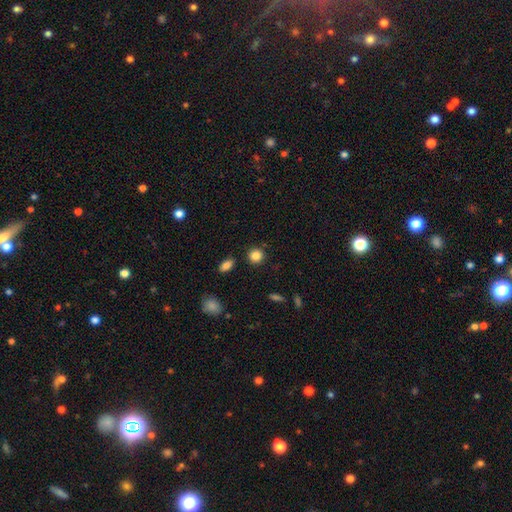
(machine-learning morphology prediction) type=smooth (86%); roundness=round (90%); merging=none (88%).